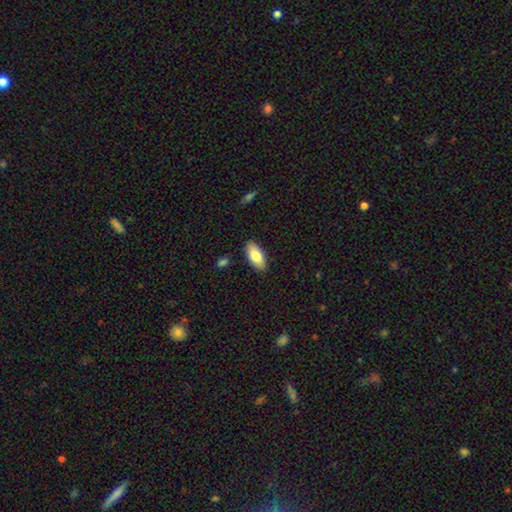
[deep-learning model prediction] Smooth or featured? smooth (82%)
How rounded? in between (89%)
Merging? none (88%)